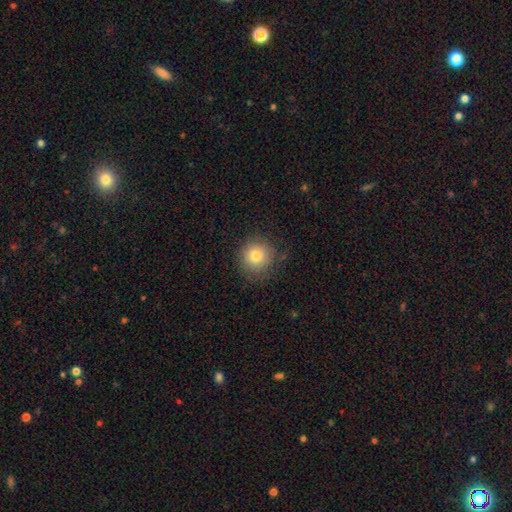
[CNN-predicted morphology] The model was most divided on "smooth or featured": smooth: 79%, star or artifact: 12%, featured or disk: 9%. More confident: how rounded — round (93%); merging — none (84%).